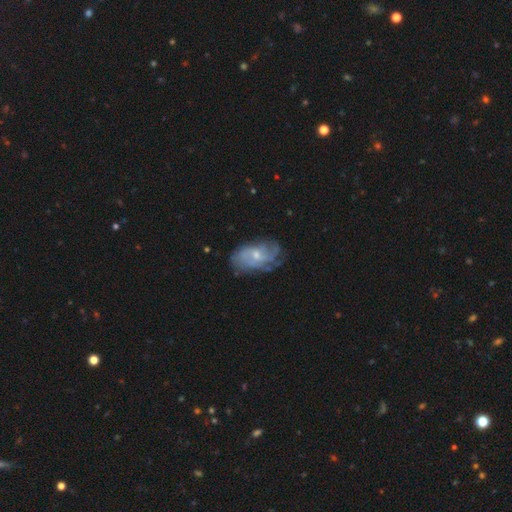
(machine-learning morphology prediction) Smooth or featured?
  - featured or disk: 73% *
  - smooth: 20%
  - star or artifact: 7%
Edge-on disk?
  - no: 95% *
  - yes: 5%
Bar?
  - no: 66% *
  - weak: 30%
  - strong: 4%
Spiral arms?
  - yes: 84% *
  - no: 16%
Spiral winding?
  - tight: 45% *
  - medium: 36%
  - loose: 19%
Spiral arm count?
  - can't tell: 48% *
  - 2: 19%
  - 3: 14%
  - 4: 10%
  - 1: 5%
  - more than 4: 5%
Bulge size?
  - small: 55% *
  - moderate: 40%
  - none: 2%
  - large: 1%
  - dominant: 1%
Merging?
  - none: 62% *
  - minor disturbance: 25%
  - major disturbance: 12%
  - merger: 2%